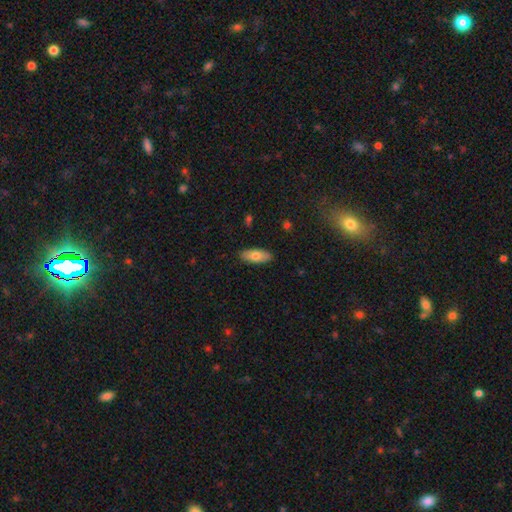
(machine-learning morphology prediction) This is likely a smooth galaxy (75%). How rounded: clearly in between (81%). Merging: clearly none (88%).